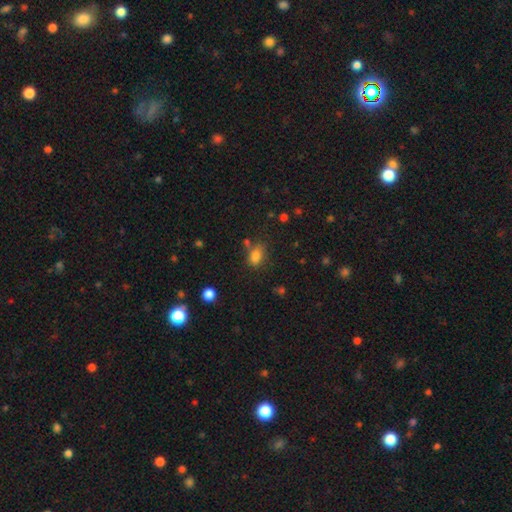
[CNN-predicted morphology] Overall: smooth (80%). How rounded: in between (76%). Merging: none (62%).